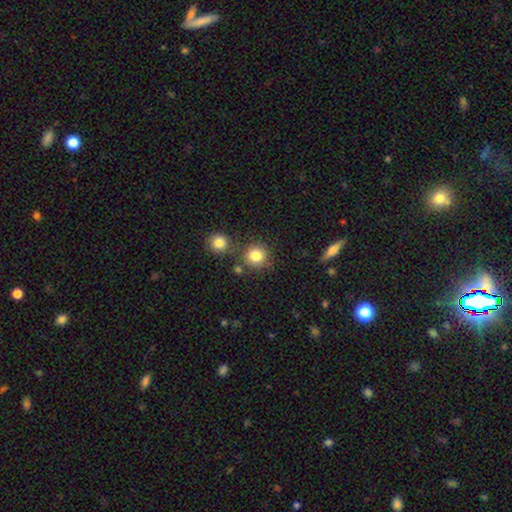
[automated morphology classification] A smooth galaxy with no disk features (83%) that is round (92%). Merging: none (76%).